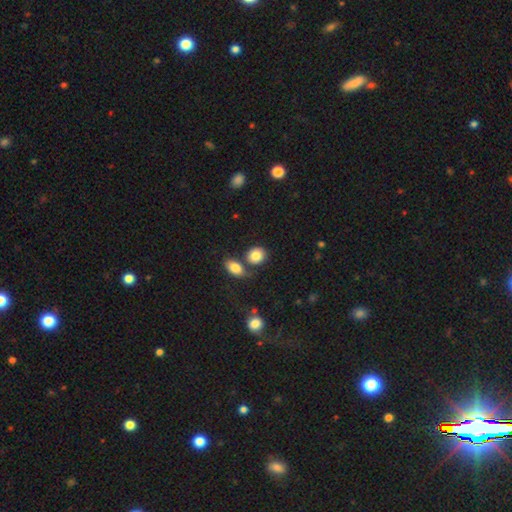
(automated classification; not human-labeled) Smooth or featured? smooth (83%)
How rounded? round (69%)
Merging? none (63%)